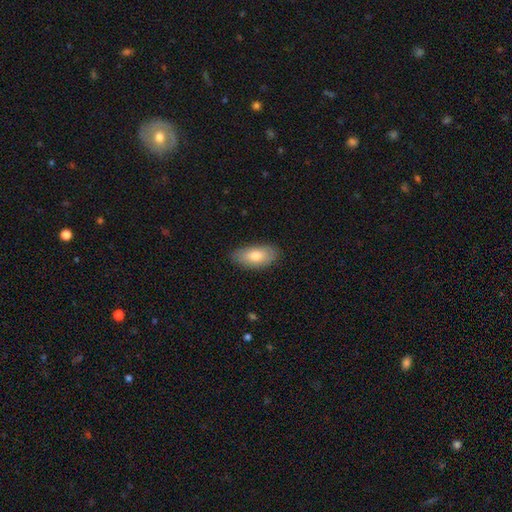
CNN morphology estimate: Smooth or featured: smooth — 76% (featured or disk — 17%)
How rounded: in between — 91% (cigar-shaped — 5%)
Merging: none — 85% (minor disturbance — 12%)